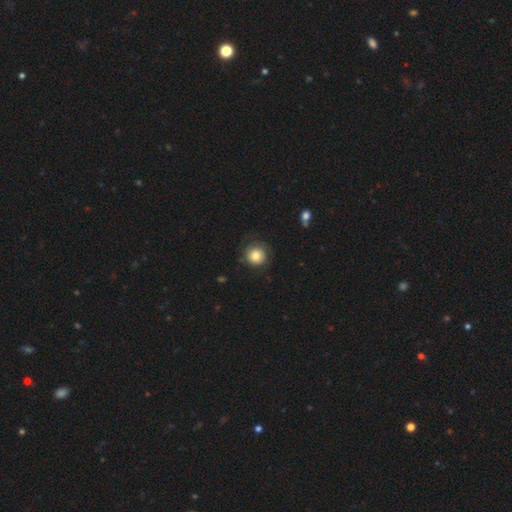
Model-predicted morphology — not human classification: The model was most divided on "merging": none: 76%, minor disturbance: 16%, major disturbance: 6%, merger: 1%. More confident: how rounded — round (93%); smooth or featured — smooth (79%).